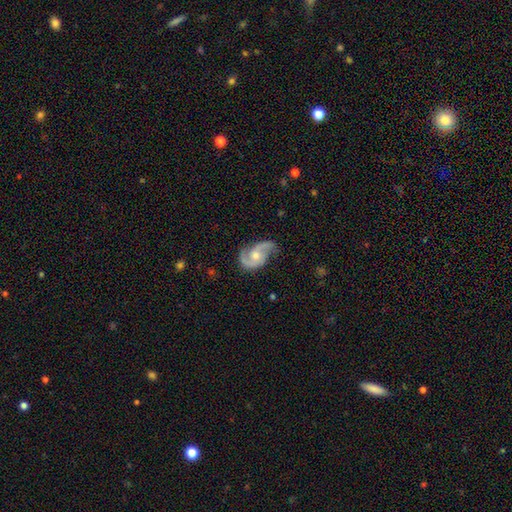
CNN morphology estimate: Smooth or featured? Predicted: featured or disk (p=0.87). Edge-on disk? Predicted: no (p=0.98). Bar? Predicted: no (p=0.62). Spiral arms? Predicted: yes (p=0.97). Spiral winding? Predicted: medium (p=0.50). Spiral arm count? Predicted: 2 (p=0.90). Bulge size? Predicted: moderate (p=0.62). Merging? Predicted: none (p=0.65).